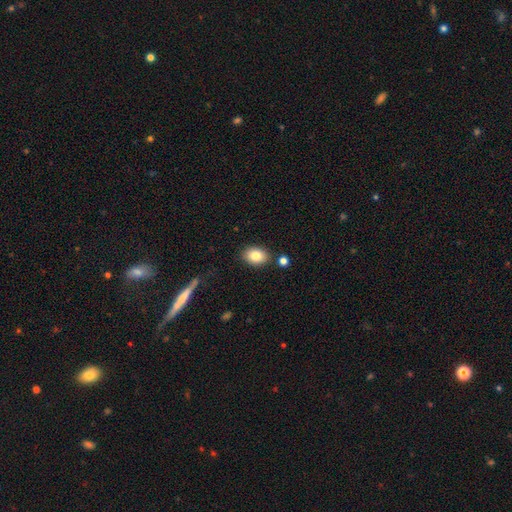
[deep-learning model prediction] smooth-or-featured: smooth: 83% | featured or disk: 9% | star or artifact: 8%
  how-rounded: in between: 79% | round: 19% | cigar-shaped: 1%
  merging: none: 84% | minor disturbance: 9% | merger: 4% | major disturbance: 2%